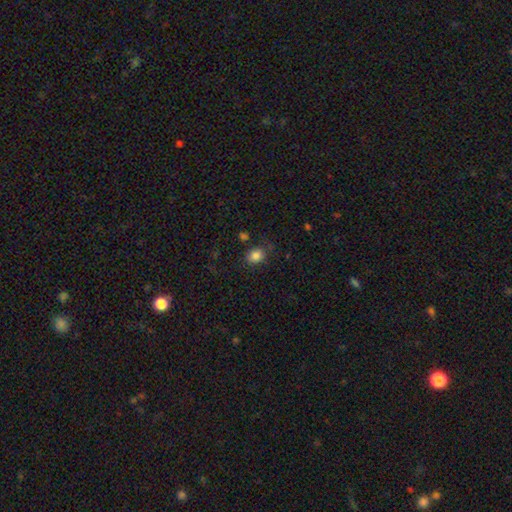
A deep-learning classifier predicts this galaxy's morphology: A smooth galaxy with no disk features (84%) that is round (59%).

Vote fractions:
- Smooth or featured? smooth: 84% / star or artifact: 11% / featured or disk: 5%
- How rounded? round: 59% / in between: 40% / cigar-shaped: 1%
- Merging? none: 76% / minor disturbance: 16% / major disturbance: 5% / merger: 3%